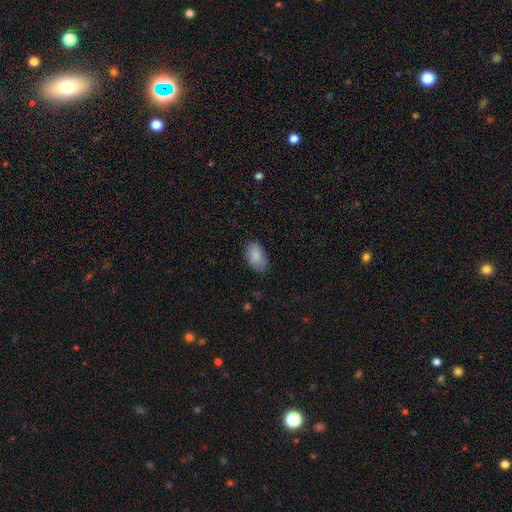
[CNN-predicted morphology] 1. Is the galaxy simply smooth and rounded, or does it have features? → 87% smooth, 7% featured or disk, 6% star or artifact.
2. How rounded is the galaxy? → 94% in between, 5% round, 1% cigar-shaped.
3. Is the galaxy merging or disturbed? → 80% none, 16% minor disturbance, 3% major disturbance, 1% merger.